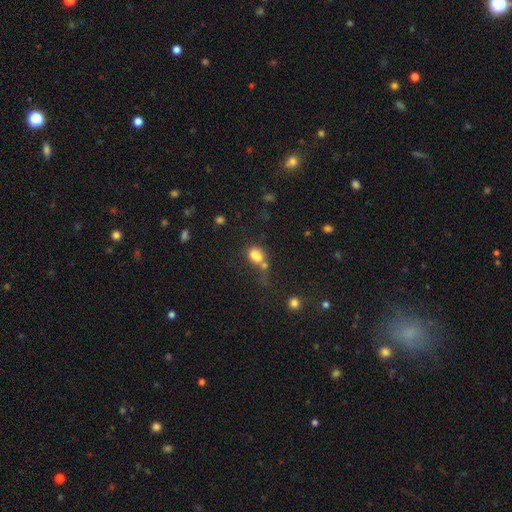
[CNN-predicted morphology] smooth-or-featured: smooth: 71% | featured or disk: 15% | star or artifact: 14%
  how-rounded: round: 62% | in between: 37% | cigar-shaped: 1%
  merging: merger: 54% | none: 27% | minor disturbance: 11% | major disturbance: 8%